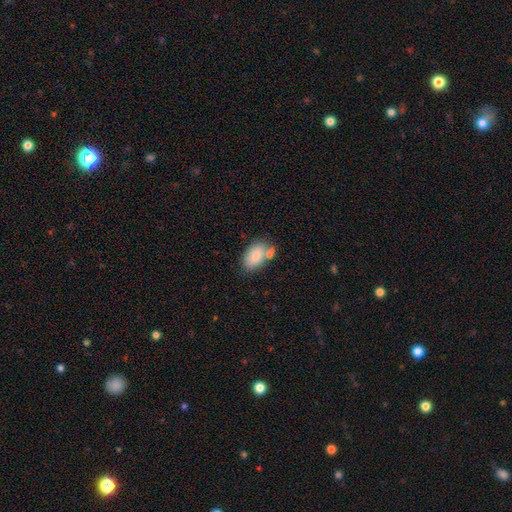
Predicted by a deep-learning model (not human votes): smooth 82%, featured or disk 11%, star or artifact 7%. Down the decision tree: how rounded — in between (92%); merging — none (60%).